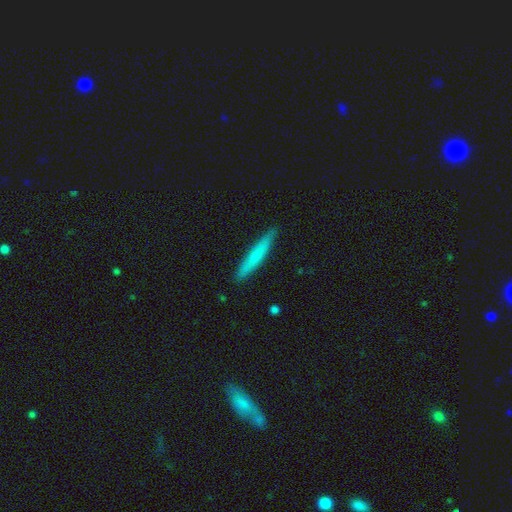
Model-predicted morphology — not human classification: smooth_or_featured: smooth (p=0.63) [alt: featured or disk p=0.31]
how_rounded: cigar-shaped (p=0.94) [alt: in between p=0.04]
merging: none (p=0.90) [alt: minor disturbance p=0.07]